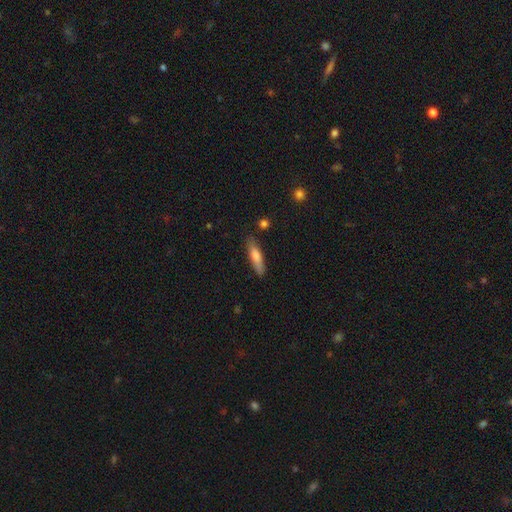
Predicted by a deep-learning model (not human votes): The model was most divided on "smooth or featured": smooth: 72%, featured or disk: 22%, star or artifact: 6%. More confident: merging — none (81%); how rounded — cigar-shaped (77%).